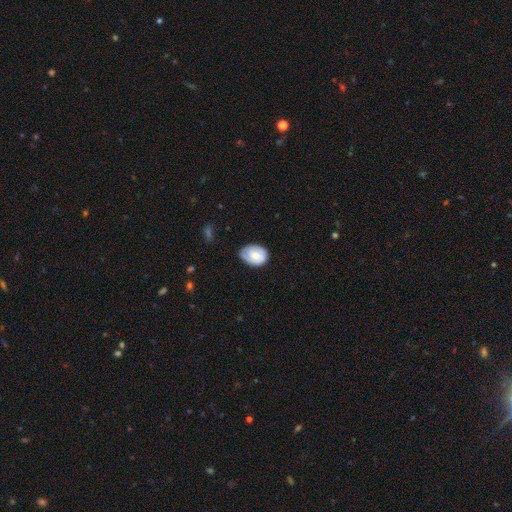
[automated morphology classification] A smooth galaxy with no disk features (61%) that is in between round and cigar-shaped (69%). Merging: none (57%).